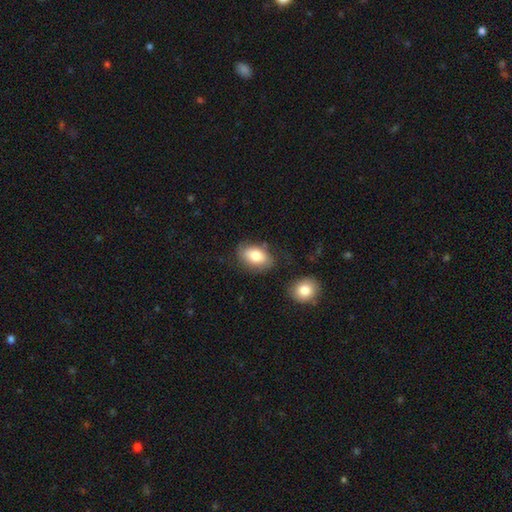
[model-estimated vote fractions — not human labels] Smooth or featured? Predicted: smooth (p=0.79). How rounded? Predicted: in between (p=0.86). Merging? Predicted: none (p=0.68).